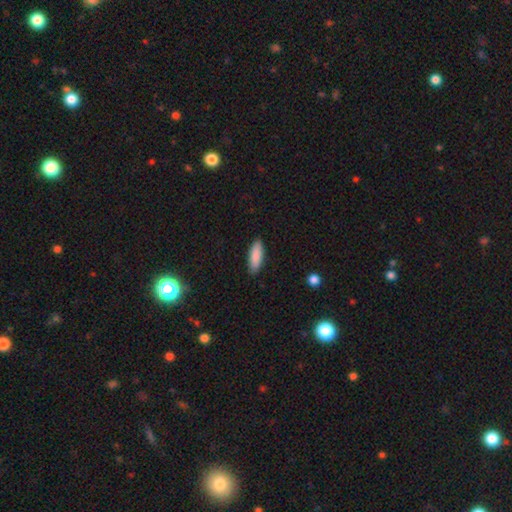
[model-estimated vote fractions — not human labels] Smooth or featured? Predicted: smooth (p=0.89). How rounded? Predicted: in between (p=0.63). Merging? Predicted: none (p=0.88).